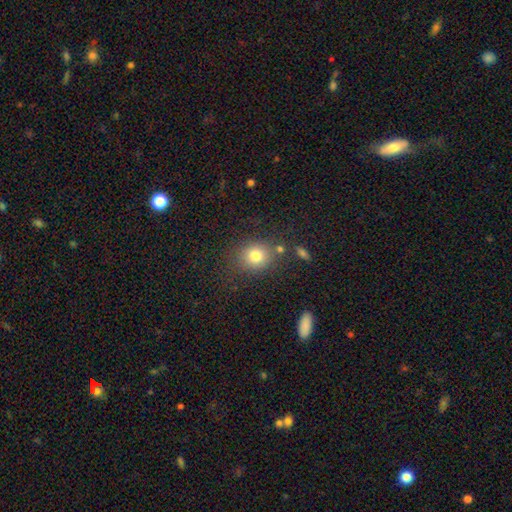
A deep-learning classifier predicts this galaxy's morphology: A smooth galaxy with no disk features (78%) that is round (72%).

Vote fractions:
- Smooth or featured? smooth: 78% / star or artifact: 13% / featured or disk: 9%
- How rounded? round: 72% / in between: 27% / cigar-shaped: 1%
- Merging? none: 76% / minor disturbance: 12% / merger: 7% / major disturbance: 5%